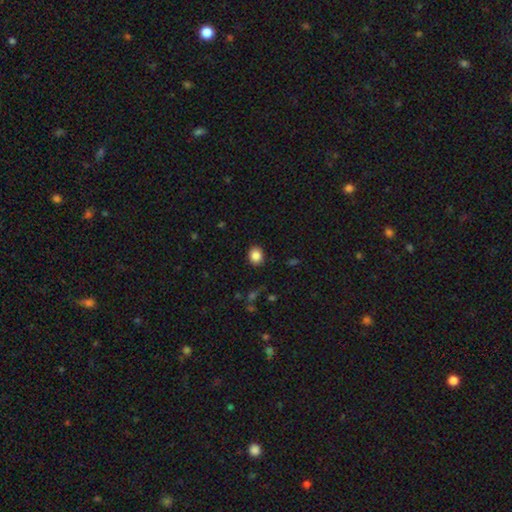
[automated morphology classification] smooth_or_featured: smooth (p=0.86) [alt: star or artifact p=0.09]
how_rounded: round (p=0.64) [alt: in between p=0.35]
merging: none (p=0.89) [alt: minor disturbance p=0.08]